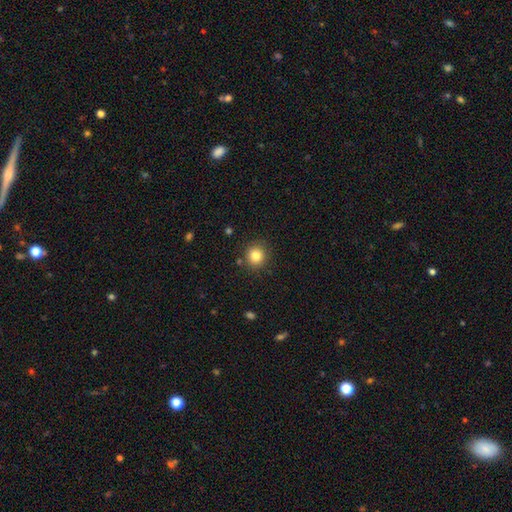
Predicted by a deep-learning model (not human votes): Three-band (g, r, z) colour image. It shows a smooth galaxy with no disk features (83%) that is round (90%). Merging: none (86%).